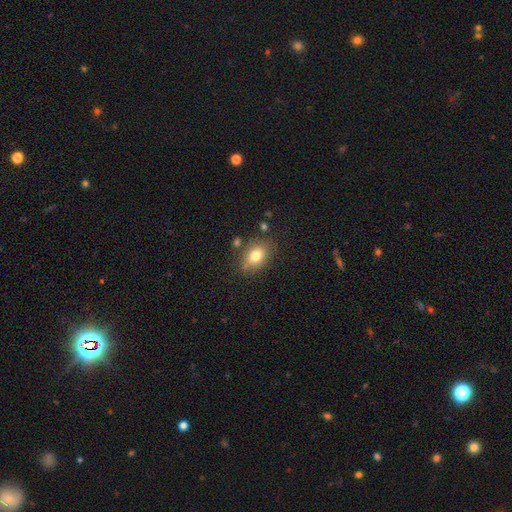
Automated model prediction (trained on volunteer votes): The model was most divided on "how rounded": in between: 77%, round: 22%, cigar-shaped: 1%. More confident: smooth or featured — smooth (78%); merging — none (77%).